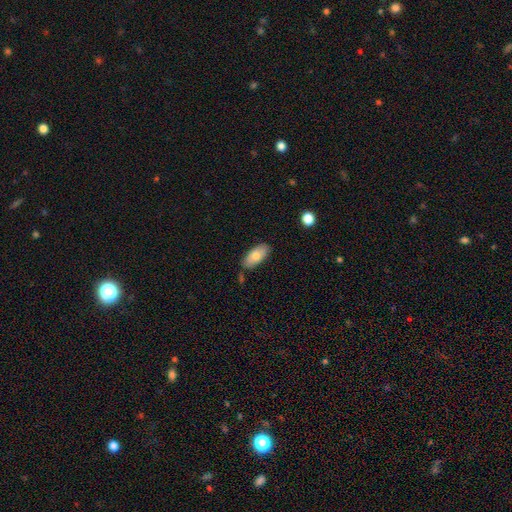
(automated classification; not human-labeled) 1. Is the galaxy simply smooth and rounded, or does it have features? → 74% smooth, 19% featured or disk, 7% star or artifact.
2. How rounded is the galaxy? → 90% in between, 7% cigar-shaped, 3% round.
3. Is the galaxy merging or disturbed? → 78% none, 16% minor disturbance, 4% merger, 3% major disturbance.